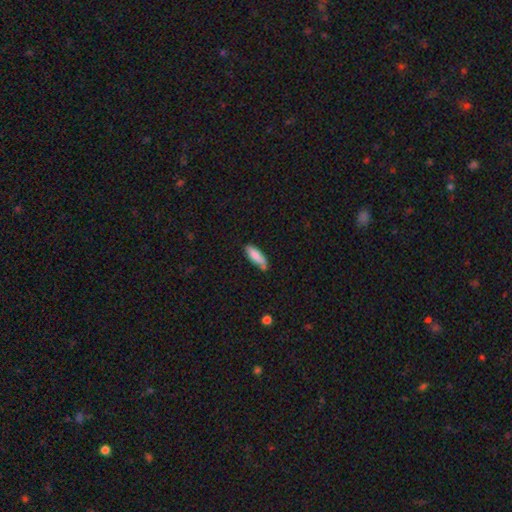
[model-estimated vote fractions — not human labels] The model was most divided on "how rounded": in between: 54%, cigar-shaped: 45%, round: 2%. More confident: smooth or featured — smooth (81%); merging — none (60%).